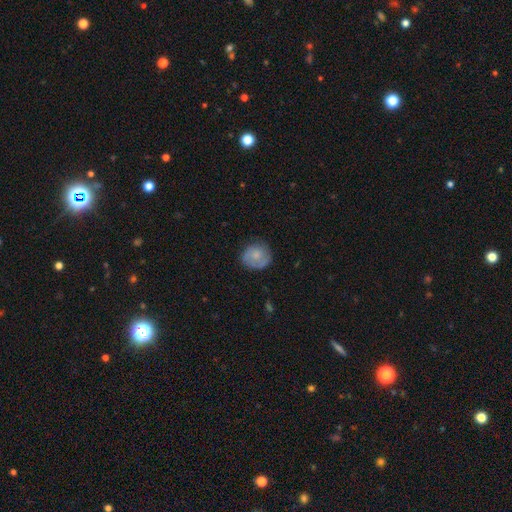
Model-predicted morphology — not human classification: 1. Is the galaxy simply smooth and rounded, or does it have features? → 61% smooth, 32% featured or disk, 7% star or artifact.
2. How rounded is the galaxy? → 83% round, 16% in between, 1% cigar-shaped.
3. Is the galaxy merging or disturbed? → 71% none, 20% minor disturbance, 7% major disturbance, 1% merger.